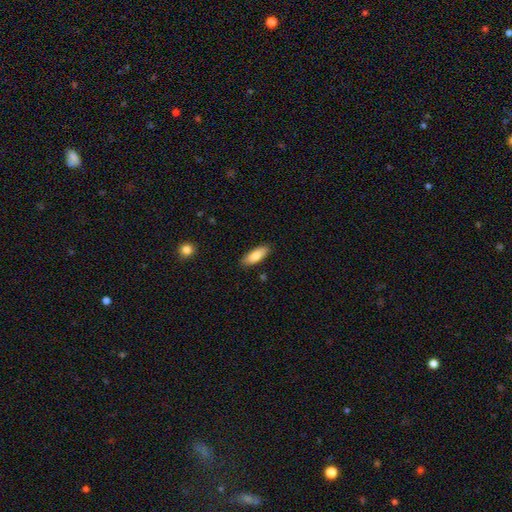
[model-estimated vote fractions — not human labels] Smooth or featured: smooth — 84% (featured or disk — 10%)
How rounded: in between — 70% (cigar-shaped — 29%)
Merging: none — 87% (minor disturbance — 9%)